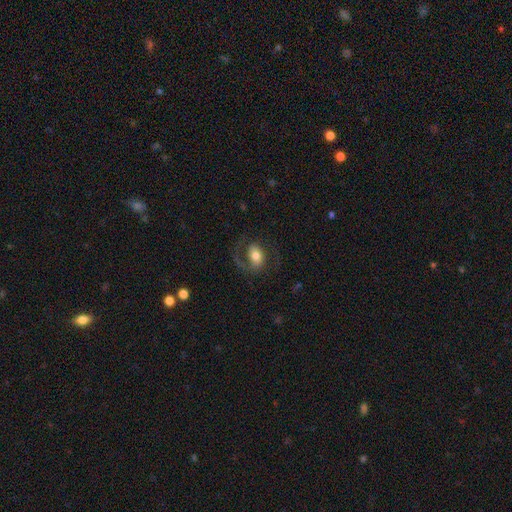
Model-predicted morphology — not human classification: Smooth or featured?
  - featured or disk: 56% *
  - smooth: 36%
  - star or artifact: 8%
Edge-on disk?
  - no: 96% *
  - yes: 4%
Bar?
  - no: 46% *
  - weak: 34%
  - strong: 20%
Spiral arms?
  - yes: 85% *
  - no: 15%
Bulge size?
  - moderate: 60% *
  - large: 22%
  - small: 13%
  - dominant: 3%
  - none: 2%
Merging?
  - none: 62% *
  - major disturbance: 21%
  - minor disturbance: 16%
  - merger: 2%